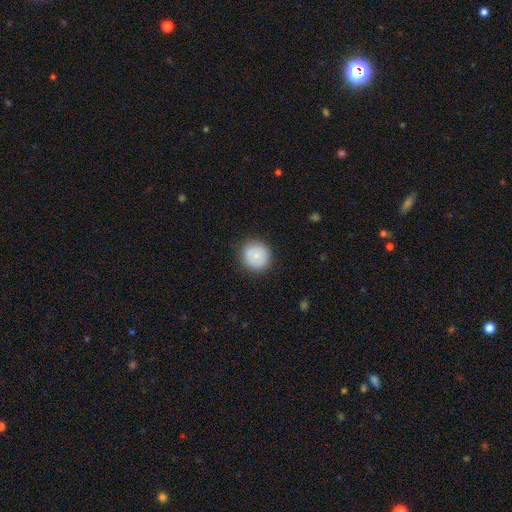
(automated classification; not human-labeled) A smooth galaxy with no disk features (80%) that is round (92%). Merging: none (86%).